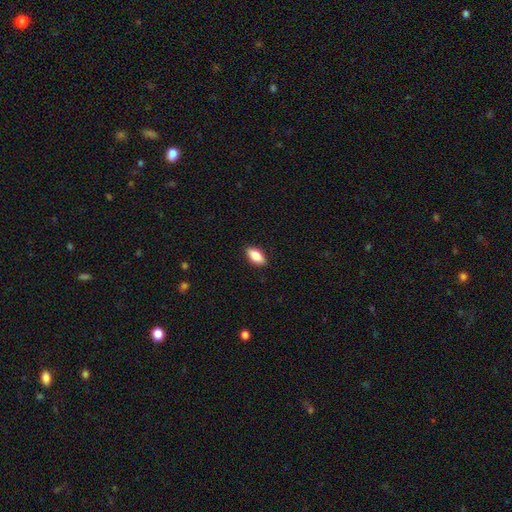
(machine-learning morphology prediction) smooth-or-featured: smooth: 82% | featured or disk: 11% | star or artifact: 7%
  how-rounded: in between: 88% | cigar-shaped: 9% | round: 3%
  merging: none: 89% | minor disturbance: 8% | major disturbance: 2% | merger: 1%